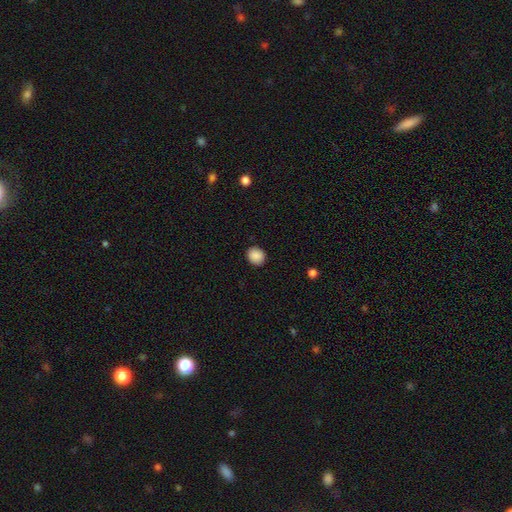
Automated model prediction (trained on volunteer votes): Overall: smooth (89%). How rounded: round (70%). Merging: none (89%).